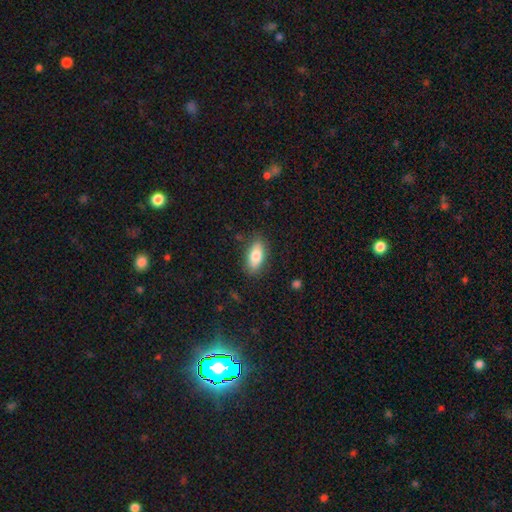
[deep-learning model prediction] A smooth galaxy with no disk features (78%) that is in between round and cigar-shaped (83%).

Vote fractions:
- Smooth or featured? smooth: 78% / featured or disk: 15% / star or artifact: 7%
- How rounded? in between: 83% / cigar-shaped: 14% / round: 3%
- Merging? none: 84% / minor disturbance: 12% / major disturbance: 3% / merger: 1%